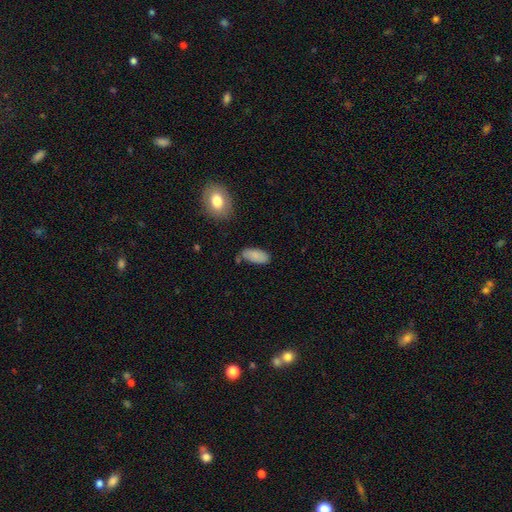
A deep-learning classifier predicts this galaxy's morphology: Smooth or featured? smooth (85%)
How rounded? in between (92%)
Merging? none (69%)